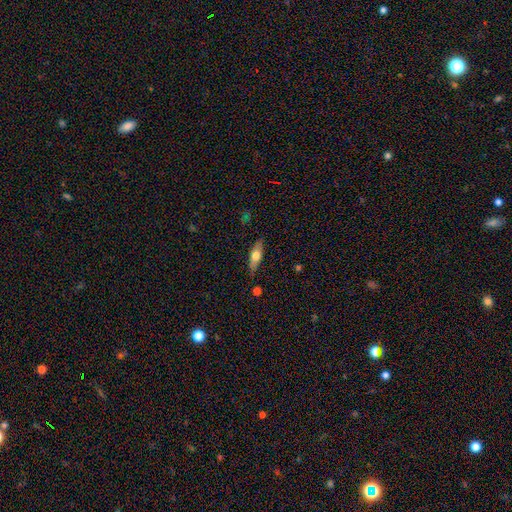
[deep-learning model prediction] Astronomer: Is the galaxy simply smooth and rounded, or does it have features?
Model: smooth — 56% (runner-up: featured or disk, 38%).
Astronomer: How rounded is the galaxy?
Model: in between — 52% (runner-up: cigar-shaped, 44%).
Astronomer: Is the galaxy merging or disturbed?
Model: none — 82%.